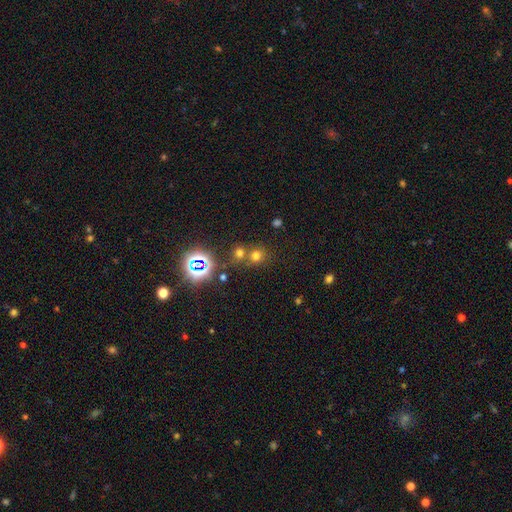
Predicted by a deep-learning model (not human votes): This is possibly a smooth galaxy (58%). How rounded: clearly round (86%). Merging: possibly none (59%).